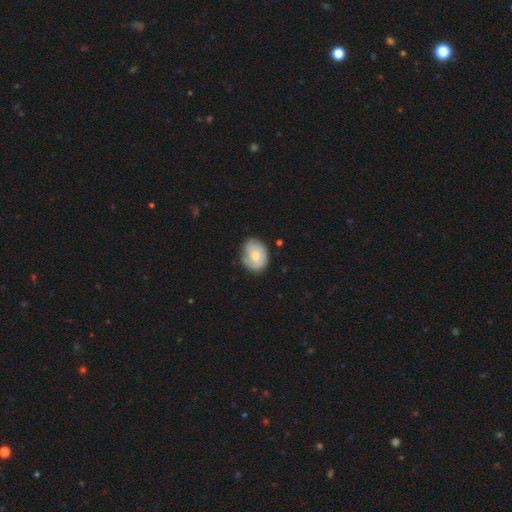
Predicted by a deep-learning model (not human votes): Smooth or featured: smooth — 54% (featured or disk — 40%)
How rounded: in between — 51% (round — 48%)
Merging: none — 67% (minor disturbance — 26%)